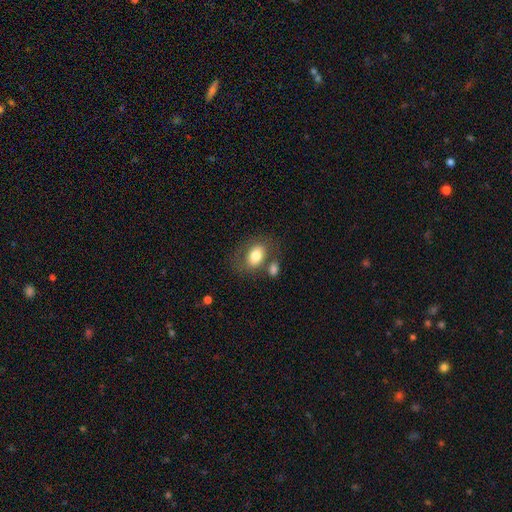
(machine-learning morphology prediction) Smooth or featured?
  - smooth: 75% *
  - featured or disk: 17%
  - star or artifact: 8%
How rounded?
  - in between: 80% *
  - round: 19%
  - cigar-shaped: 1%
Merging?
  - none: 55% *
  - merger: 22%
  - minor disturbance: 16%
  - major disturbance: 7%